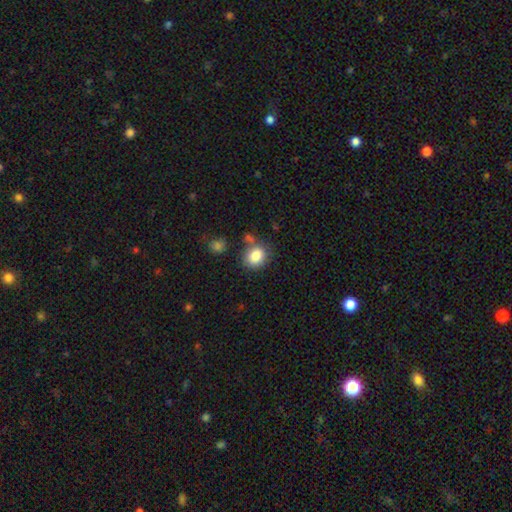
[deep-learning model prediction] Q: Smooth or featured?
A: smooth (85%); runner-up: star or artifact (9%)
Q: How rounded?
A: round (56%); runner-up: in between (43%)
Q: Merging?
A: none (68%); runner-up: minor disturbance (15%)